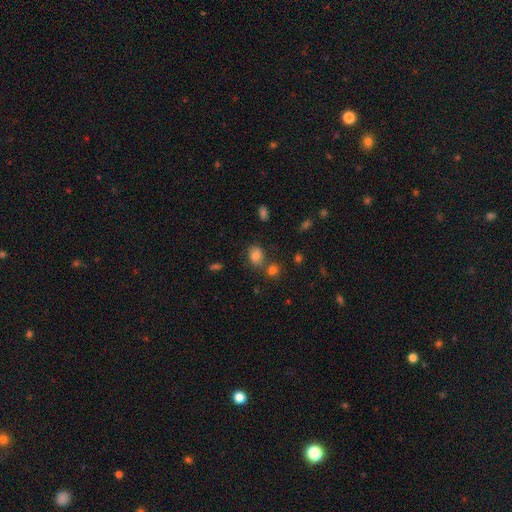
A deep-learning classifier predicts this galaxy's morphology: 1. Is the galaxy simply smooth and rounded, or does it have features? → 78% smooth, 13% star or artifact, 9% featured or disk.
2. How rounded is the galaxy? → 55% in between, 44% round, 1% cigar-shaped.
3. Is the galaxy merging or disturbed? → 63% none, 16% merger, 15% minor disturbance, 5% major disturbance.